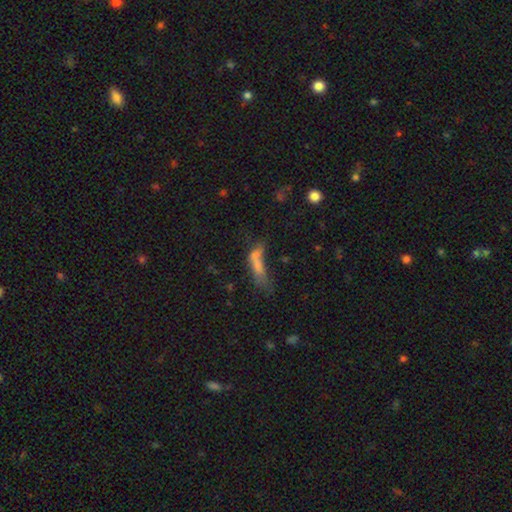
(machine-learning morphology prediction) smooth-or-featured: smooth: 57% | featured or disk: 27% | star or artifact: 16%
  how-rounded: cigar-shaped: 51% | in between: 43% | round: 6%
  merging: merger: 43% | major disturbance: 23% | none: 22% | minor disturbance: 13%